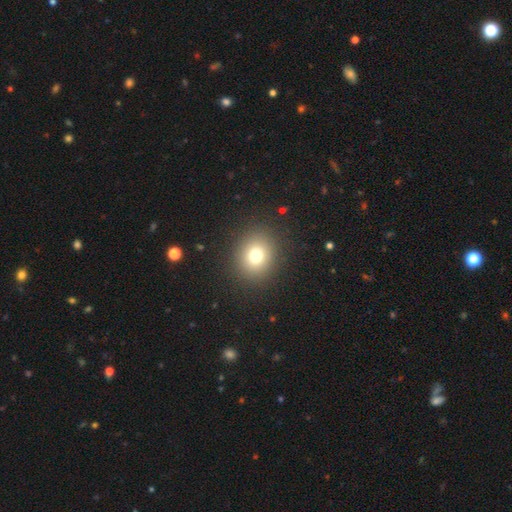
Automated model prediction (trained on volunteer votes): smooth-or-featured: smooth: 75% | star or artifact: 15% | featured or disk: 10%
  how-rounded: round: 76% | in between: 23% | cigar-shaped: 1%
  merging: none: 89% | minor disturbance: 6% | major disturbance: 3% | merger: 1%